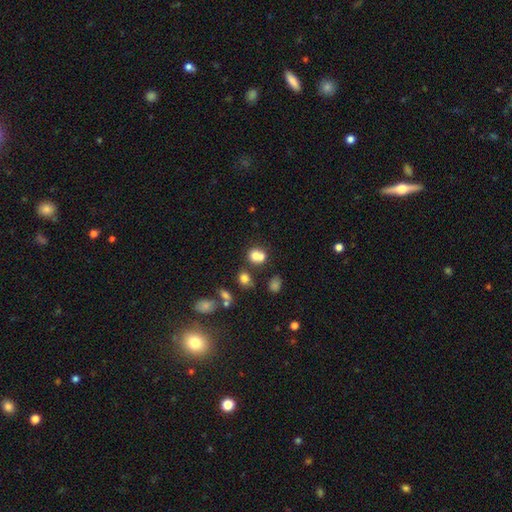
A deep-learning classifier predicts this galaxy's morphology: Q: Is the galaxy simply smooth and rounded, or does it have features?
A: smooth — 72%.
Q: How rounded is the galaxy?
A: round — 72%.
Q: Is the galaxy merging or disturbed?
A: merger — 50%.